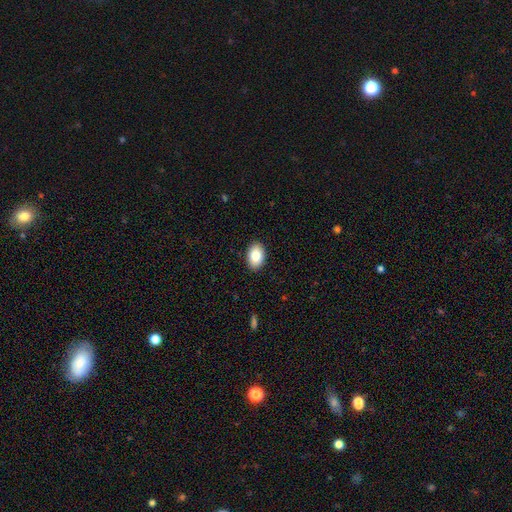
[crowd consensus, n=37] Smooth or featured? 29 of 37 (78%) said smooth. How rounded? 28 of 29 (97%) said in between. Merging? 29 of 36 (81%) said none.